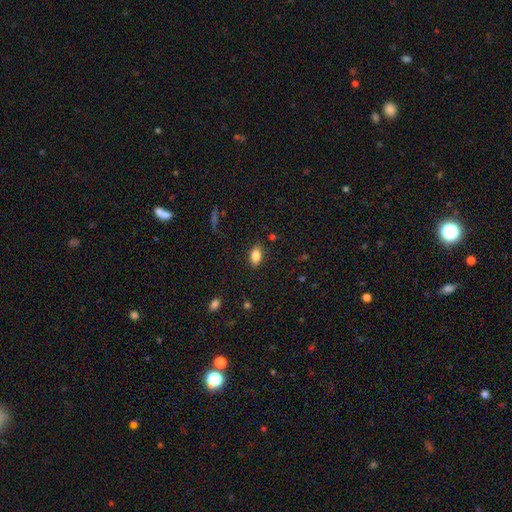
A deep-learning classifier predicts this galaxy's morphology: smooth_or_featured: smooth (p=0.85) [alt: star or artifact p=0.09]
how_rounded: in between (p=0.90) [alt: round p=0.07]
merging: none (p=0.84) [alt: minor disturbance p=0.11]